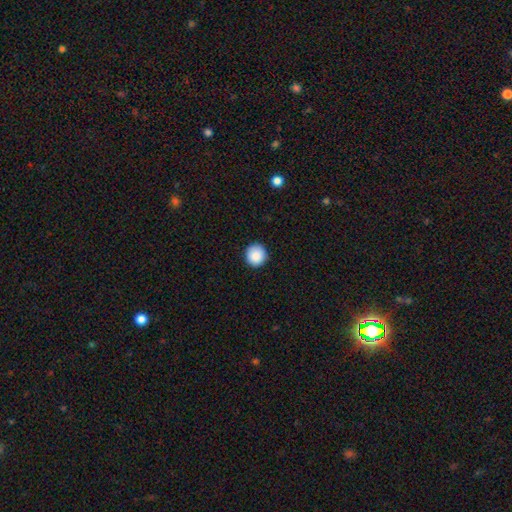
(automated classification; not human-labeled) A smooth galaxy with no disk features (89%) that is round (95%). Merging: none (91%).